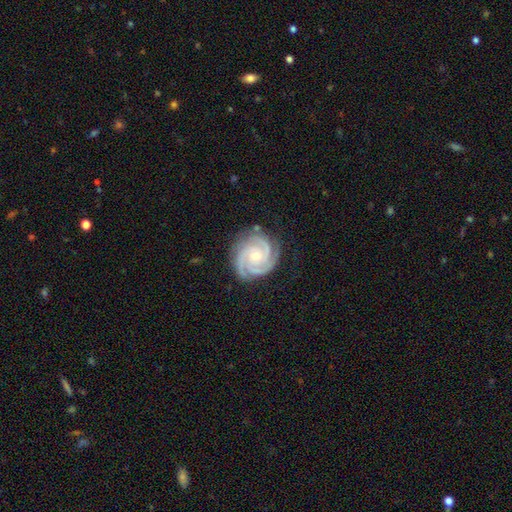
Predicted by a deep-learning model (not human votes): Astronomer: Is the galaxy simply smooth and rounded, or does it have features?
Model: featured or disk — 93%.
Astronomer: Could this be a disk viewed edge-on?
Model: no — 98%.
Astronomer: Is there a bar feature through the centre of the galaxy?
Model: no — 75%.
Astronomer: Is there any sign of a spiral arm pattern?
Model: yes — 99%.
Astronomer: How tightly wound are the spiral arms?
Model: tight — 77%.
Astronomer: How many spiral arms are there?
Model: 3 — 62%.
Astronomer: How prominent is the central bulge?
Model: small — 56% (runner-up: moderate, 41%).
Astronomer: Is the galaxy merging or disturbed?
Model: none — 82%.